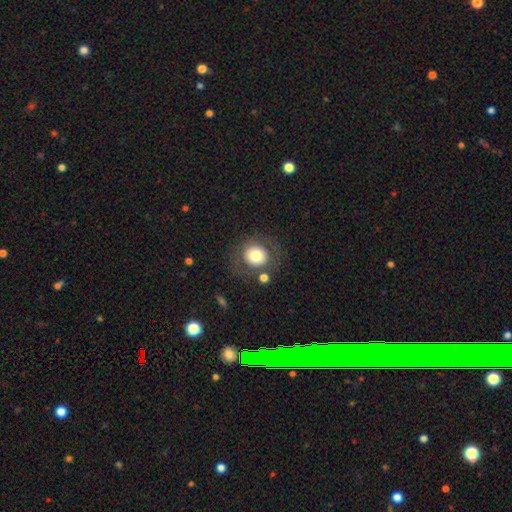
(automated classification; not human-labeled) Smooth or featured?
  - smooth: 72% *
  - featured or disk: 18%
  - star or artifact: 10%
How rounded?
  - round: 87% *
  - in between: 13%
  - cigar-shaped: 1%
Merging?
  - none: 76% *
  - minor disturbance: 11%
  - major disturbance: 7%
  - merger: 5%